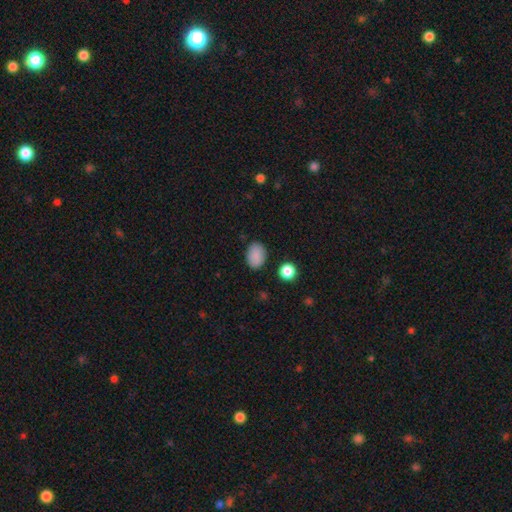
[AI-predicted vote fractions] Smooth or featured: smooth — 88% (star or artifact — 8%)
How rounded: in between — 79% (round — 20%)
Merging: none — 85% (minor disturbance — 10%)